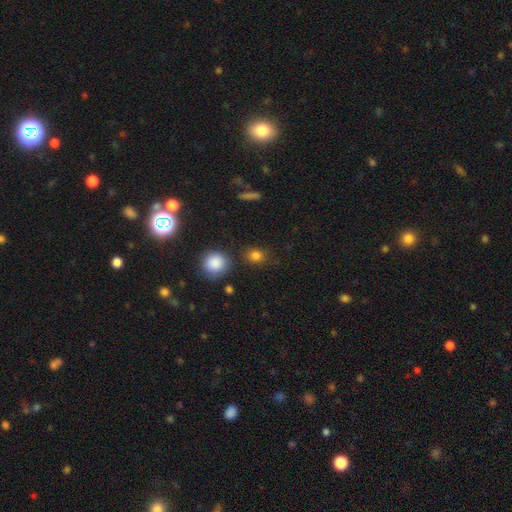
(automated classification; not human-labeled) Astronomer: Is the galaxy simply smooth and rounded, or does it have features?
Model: smooth — 82%.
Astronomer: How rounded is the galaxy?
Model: round — 69%.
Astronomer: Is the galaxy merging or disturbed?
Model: none — 79%.